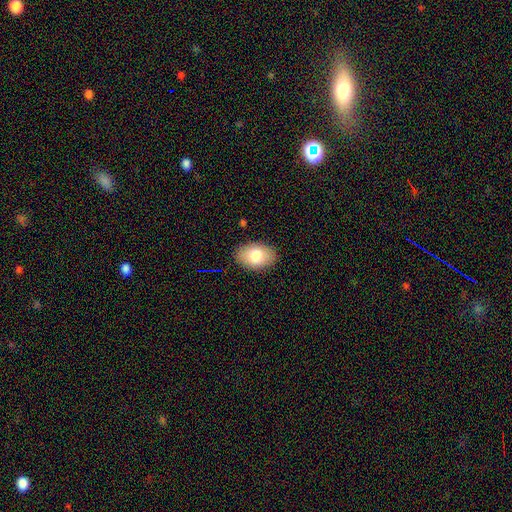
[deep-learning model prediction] A smooth galaxy with no disk features (79%) that is in between round and cigar-shaped (88%). Merging: none (88%).